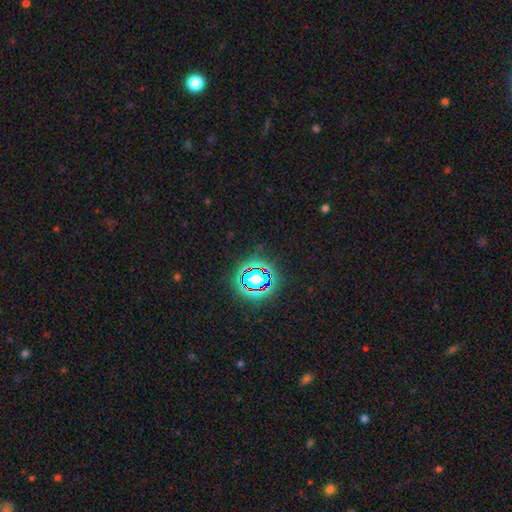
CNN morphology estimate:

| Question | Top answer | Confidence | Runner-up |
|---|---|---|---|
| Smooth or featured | star or artifact | 79% | smooth (14%) |